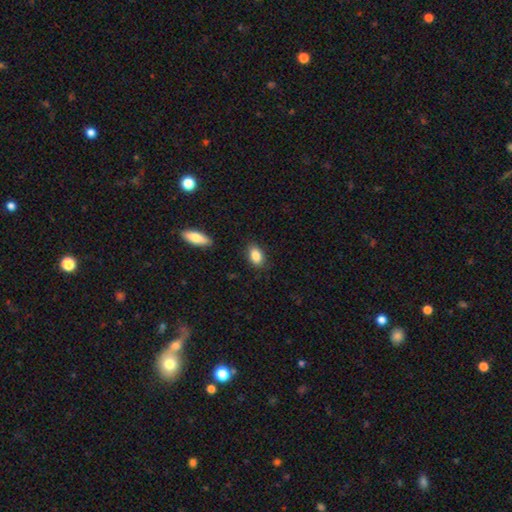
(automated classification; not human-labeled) Smooth or featured? smooth (86%)
How rounded? in between (87%)
Merging? none (83%)